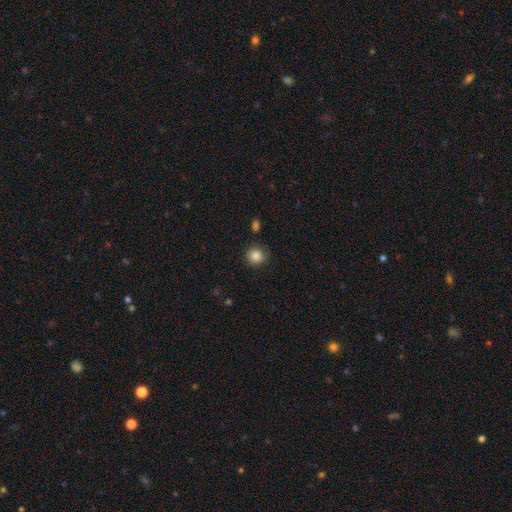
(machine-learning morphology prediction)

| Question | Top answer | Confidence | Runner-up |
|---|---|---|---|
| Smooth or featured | smooth | 86% | star or artifact (10%) |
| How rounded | round | 90% | in between (9%) |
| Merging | none | 86% | minor disturbance (9%) |